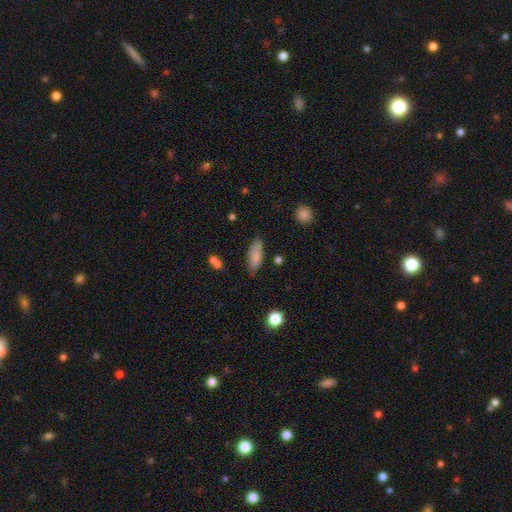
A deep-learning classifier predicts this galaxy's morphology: type=smooth (79%); roundness=in between (72%); merging=none (72%).